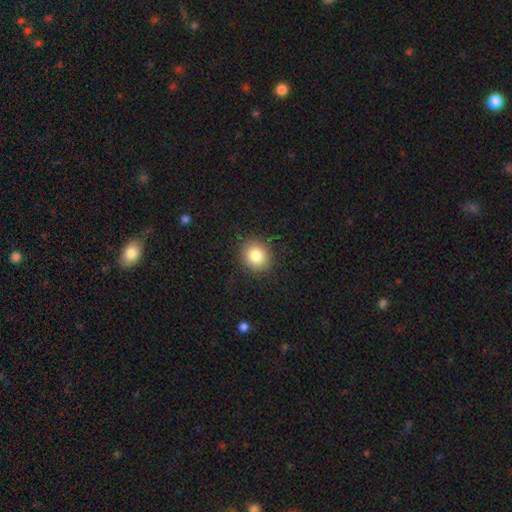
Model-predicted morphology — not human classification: smooth 85%, star or artifact 9%, featured or disk 6%. Down the decision tree: how rounded — round (78%); merging — none (88%).